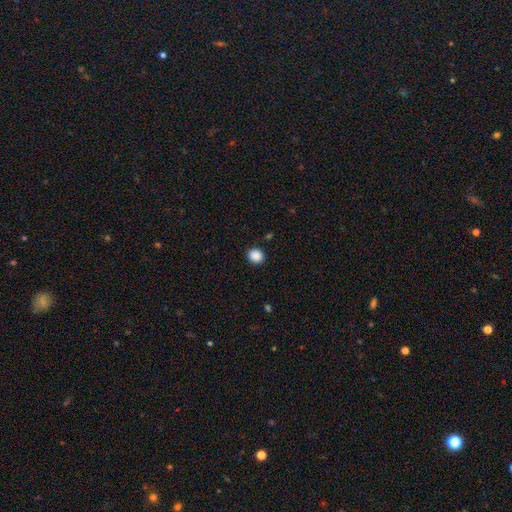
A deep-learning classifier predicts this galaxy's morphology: type=smooth (88%); roundness=round (79%); merging=none (91%).